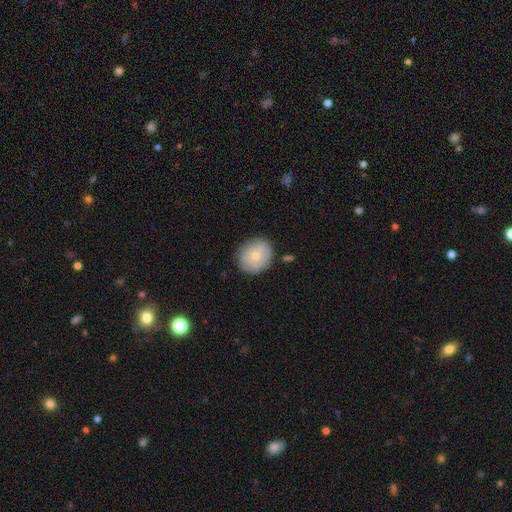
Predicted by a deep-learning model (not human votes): Smooth or featured? smooth (70%)
How rounded? round (75%)
Merging? none (82%)